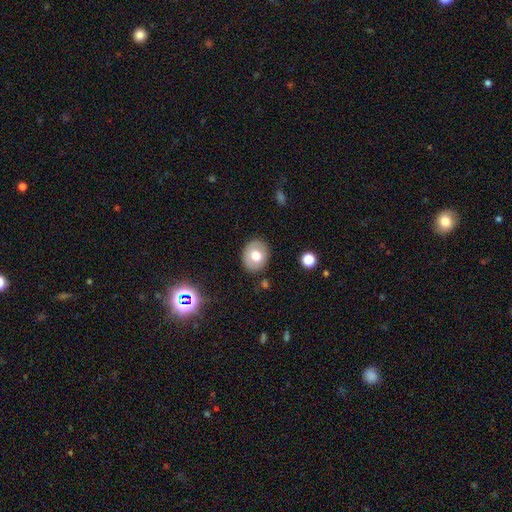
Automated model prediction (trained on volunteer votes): Q: Smooth or featured?
A: smooth (70%); runner-up: featured or disk (21%)
Q: How rounded?
A: round (59%); runner-up: in between (40%)
Q: Merging?
A: none (86%); runner-up: minor disturbance (10%)